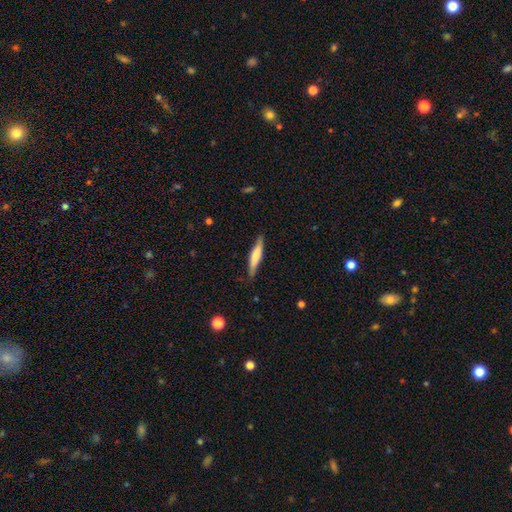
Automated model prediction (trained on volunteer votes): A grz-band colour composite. It shows a smooth galaxy with no disk features (62%) that is cigar-shaped (88%). Merging: none (84%).